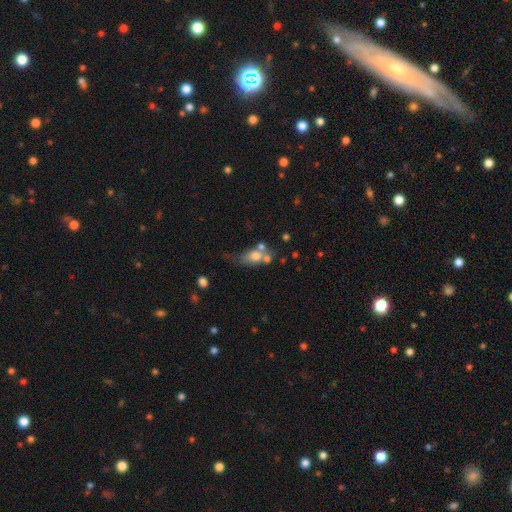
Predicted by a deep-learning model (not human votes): This is likely a smooth galaxy (63%). How rounded: likely in between (66%). Merging: marginally merger (40%).